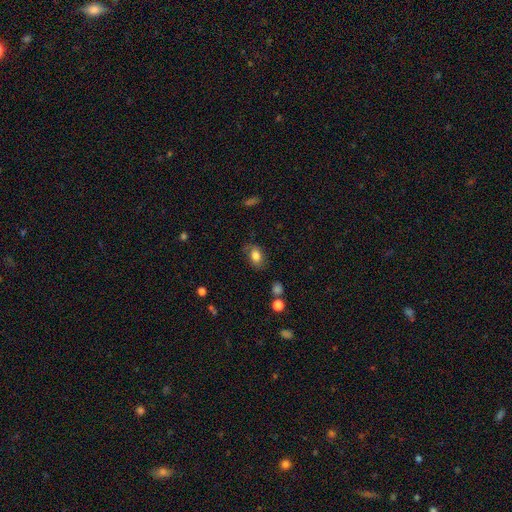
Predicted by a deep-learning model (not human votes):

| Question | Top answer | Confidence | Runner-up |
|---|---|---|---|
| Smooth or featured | smooth | 80% | featured or disk (11%) |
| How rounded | in between | 84% | round (15%) |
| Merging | none | 74% | minor disturbance (19%) |